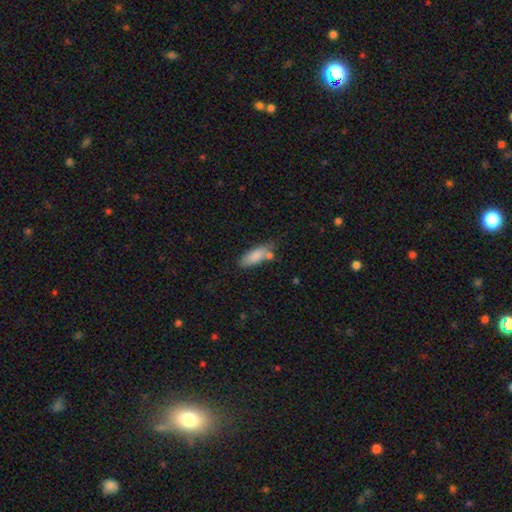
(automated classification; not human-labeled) smooth_or_featured: smooth (p=0.84) [alt: featured or disk p=0.09]
how_rounded: in between (p=0.70) [alt: cigar-shaped p=0.28]
merging: none (p=0.61) [alt: minor disturbance p=0.21]